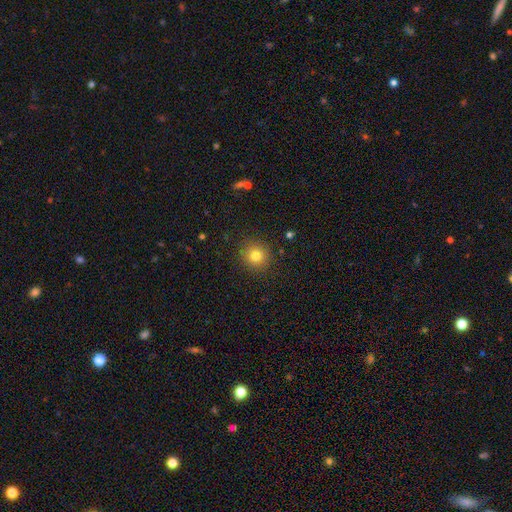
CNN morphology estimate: This appears to be a smooth galaxy with no disk features (80%) that is round (92%). Merging: none (90%).